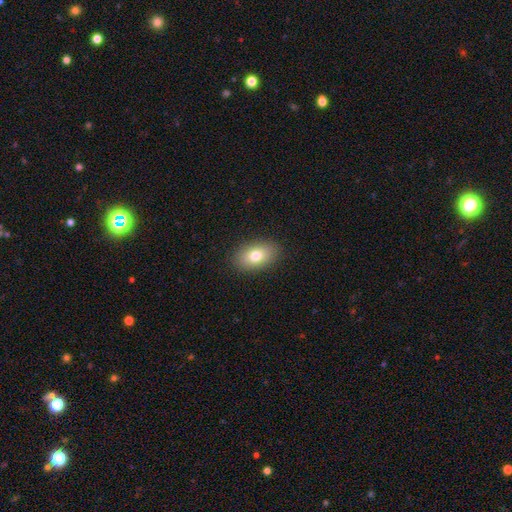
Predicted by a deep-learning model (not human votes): smooth 78%, featured or disk 13%, star or artifact 9%. Down the decision tree: how rounded — in between (88%); merging — none (89%).